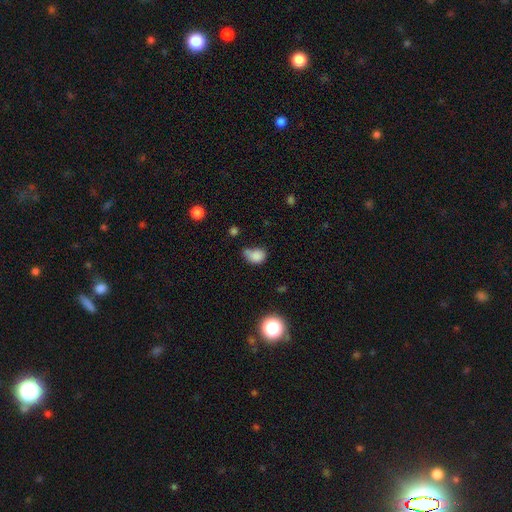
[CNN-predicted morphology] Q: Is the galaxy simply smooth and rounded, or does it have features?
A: smooth — 80%.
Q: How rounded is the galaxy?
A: in between — 60%.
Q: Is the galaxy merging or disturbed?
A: none — 36%.